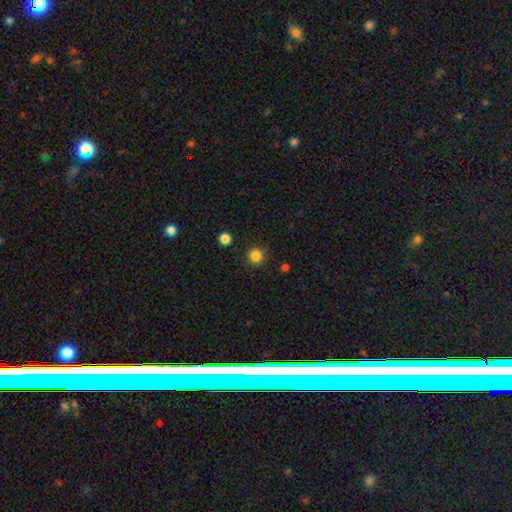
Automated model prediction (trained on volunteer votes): Smooth or featured: smooth — 85% (star or artifact — 12%)
How rounded: round — 93% (in between — 6%)
Merging: none — 89% (minor disturbance — 7%)